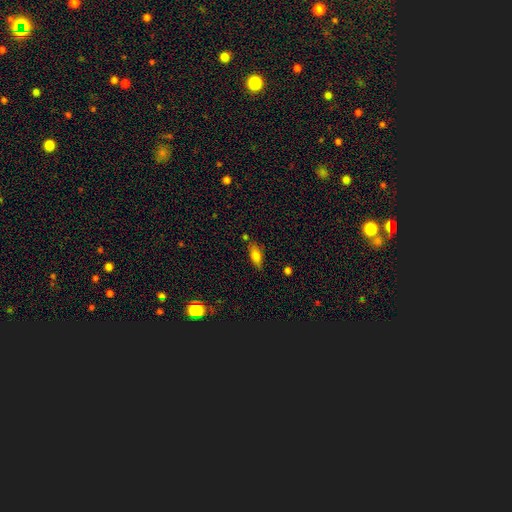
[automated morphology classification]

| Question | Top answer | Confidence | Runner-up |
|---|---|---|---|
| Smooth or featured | smooth | 76% | featured or disk (15%) |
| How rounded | in between | 76% | cigar-shaped (20%) |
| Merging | none | 74% | minor disturbance (17%) |